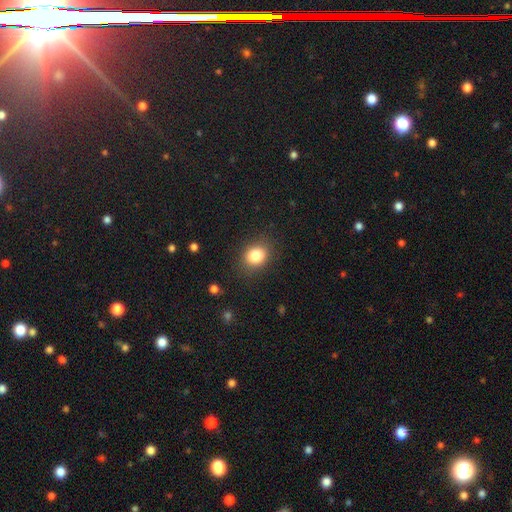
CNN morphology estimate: Smooth or featured: smooth — 82% (star or artifact — 11%)
How rounded: round — 59% (in between — 40%)
Merging: none — 86% (minor disturbance — 9%)